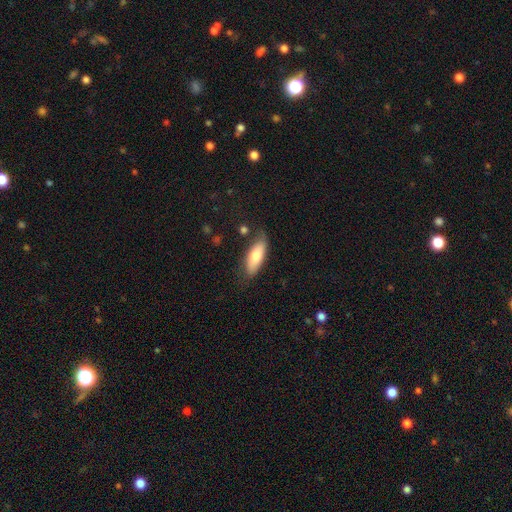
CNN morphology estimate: This is likely a smooth galaxy (75%). How rounded: likely in between (71%). Merging: likely none (70%).